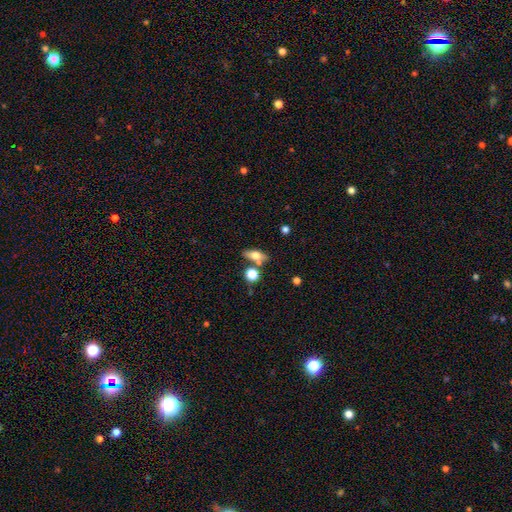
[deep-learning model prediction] Smooth or featured? smooth (62%)
How rounded? in between (67%)
Merging? none (68%)